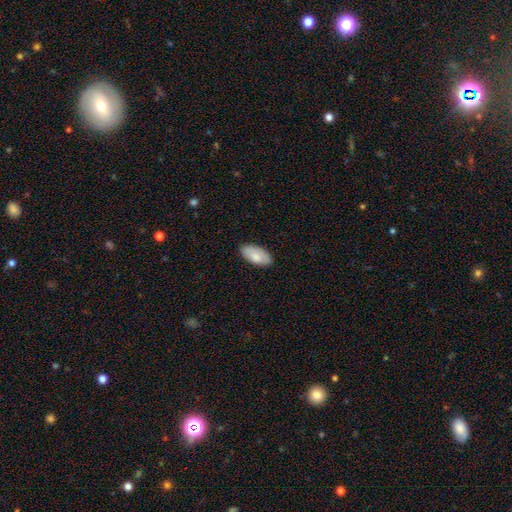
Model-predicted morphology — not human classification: smooth-or-featured: smooth: 82% | featured or disk: 12% | star or artifact: 6%
  how-rounded: in between: 94% | cigar-shaped: 4% | round: 2%
  merging: none: 85% | minor disturbance: 12% | major disturbance: 2% | merger: 1%